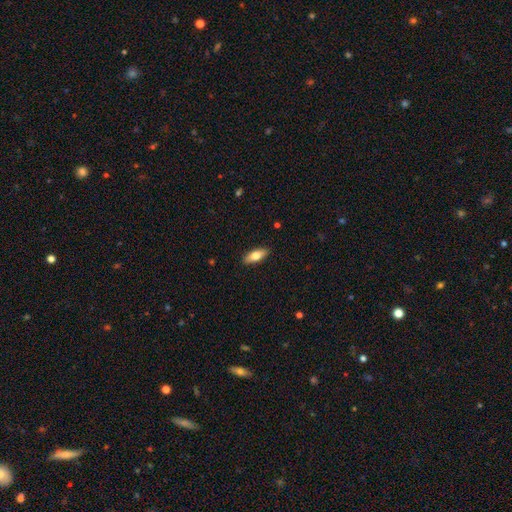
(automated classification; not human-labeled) smooth-or-featured: smooth: 70% | featured or disk: 24% | star or artifact: 6%
  how-rounded: in between: 69% | cigar-shaped: 29% | round: 3%
  merging: none: 89% | minor disturbance: 8% | major disturbance: 2% | merger: 1%